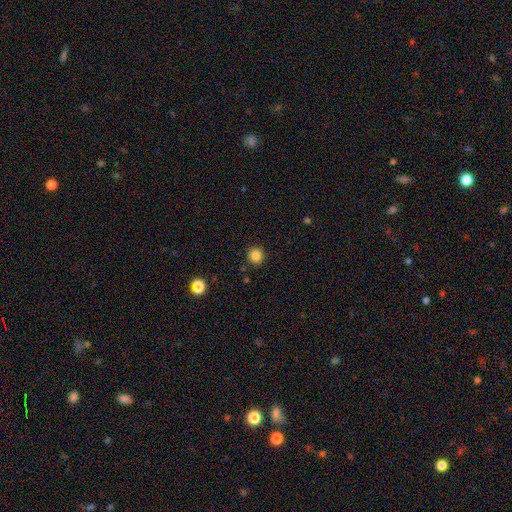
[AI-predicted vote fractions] Smooth or featured: smooth — 84% (star or artifact — 12%)
How rounded: round — 94% (in between — 5%)
Merging: none — 90% (minor disturbance — 6%)